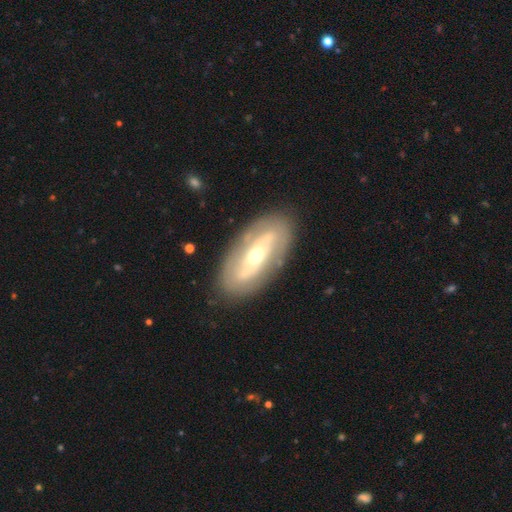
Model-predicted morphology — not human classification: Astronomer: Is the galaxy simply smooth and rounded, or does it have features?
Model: featured or disk — 72%.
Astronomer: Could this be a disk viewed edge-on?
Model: no — 89%.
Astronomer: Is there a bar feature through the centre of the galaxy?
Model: no — 43% (runner-up: strong, 30%).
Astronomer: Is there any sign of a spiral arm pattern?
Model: yes — 56% (runner-up: no, 44%).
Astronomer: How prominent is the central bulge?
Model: moderate — 59% (runner-up: small, 34%).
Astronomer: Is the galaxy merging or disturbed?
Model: none — 84%.